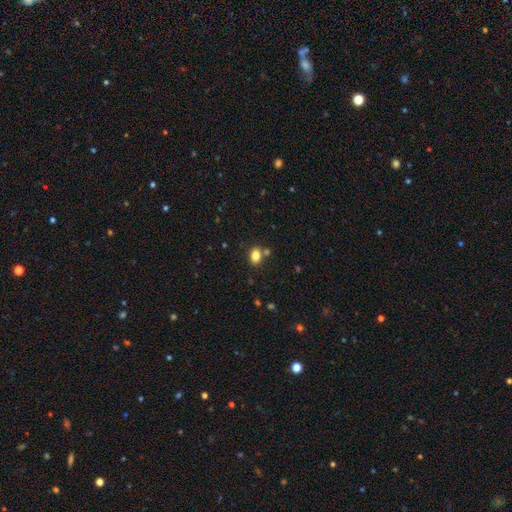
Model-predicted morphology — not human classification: Q: Smooth or featured?
A: smooth (83%); runner-up: star or artifact (11%)
Q: How rounded?
A: in between (71%); runner-up: round (28%)
Q: Merging?
A: none (73%); runner-up: merger (14%)